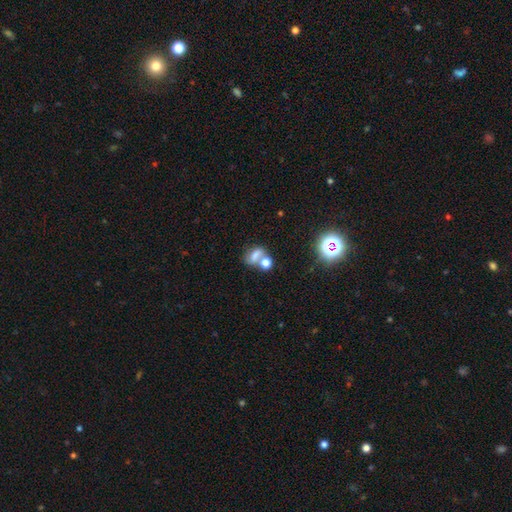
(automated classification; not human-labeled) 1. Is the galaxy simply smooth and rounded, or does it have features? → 66% smooth, 17% star or artifact, 16% featured or disk.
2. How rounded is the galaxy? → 67% in between, 28% round, 5% cigar-shaped.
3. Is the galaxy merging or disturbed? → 48% merger, 33% none, 11% minor disturbance, 8% major disturbance.